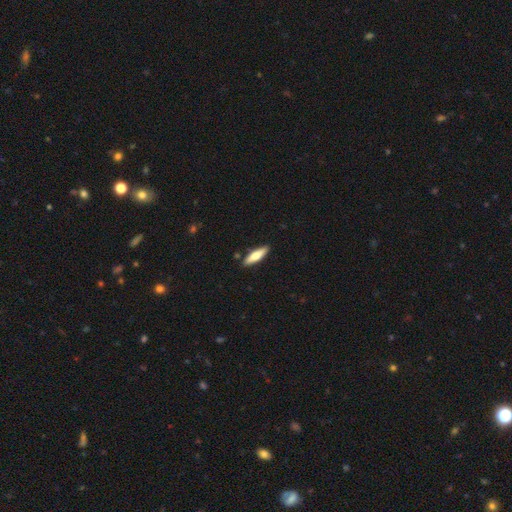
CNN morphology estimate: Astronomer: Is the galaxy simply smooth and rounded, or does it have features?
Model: smooth — 69%.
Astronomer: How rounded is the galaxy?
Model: cigar-shaped — 62%.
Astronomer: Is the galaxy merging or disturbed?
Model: none — 87%.